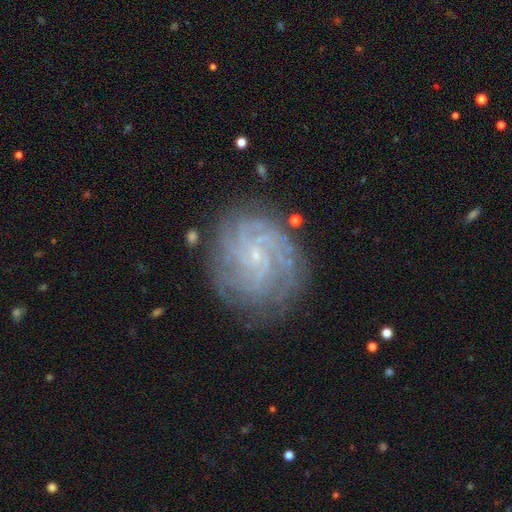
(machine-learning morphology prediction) Smooth or featured: featured or disk — 87% (star or artifact — 7%)
Edge-on disk: no — 98% (yes — 2%)
Bar: no — 70% (weak — 24%)
Spiral arms: yes — 98% (no — 2%)
Spiral winding: tight — 77% (medium — 20%)
Spiral arm count: 4 — 27% (more than 4 — 25%)
Bulge size: small — 87% (moderate — 6%)
Merging: none — 81% (minor disturbance — 13%)